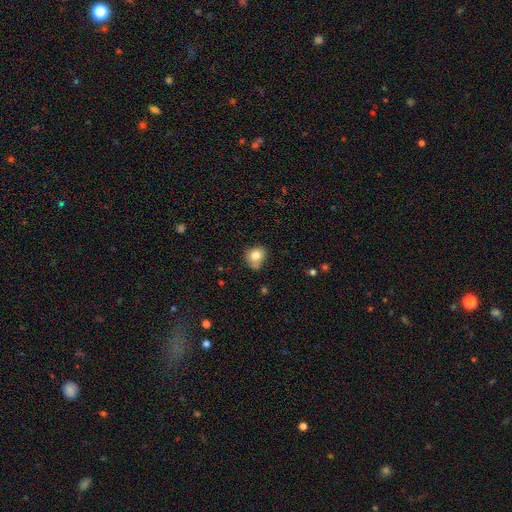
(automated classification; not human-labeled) A smooth galaxy with no disk features (78%) that is round (67%). Merging: none (57%).